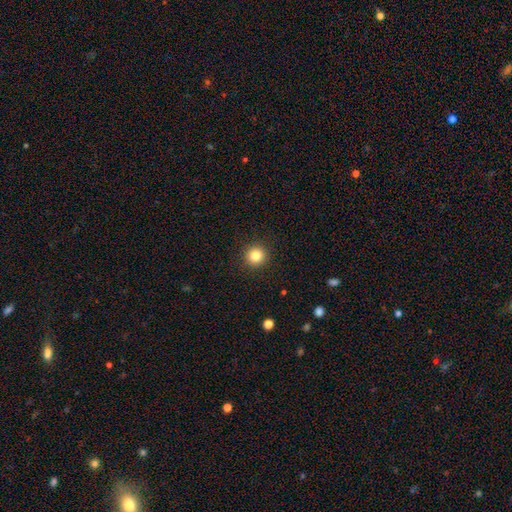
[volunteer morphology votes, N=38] This is clearly a smooth galaxy (92%). How rounded: clearly round (91%). Merging: clearly none (89%).